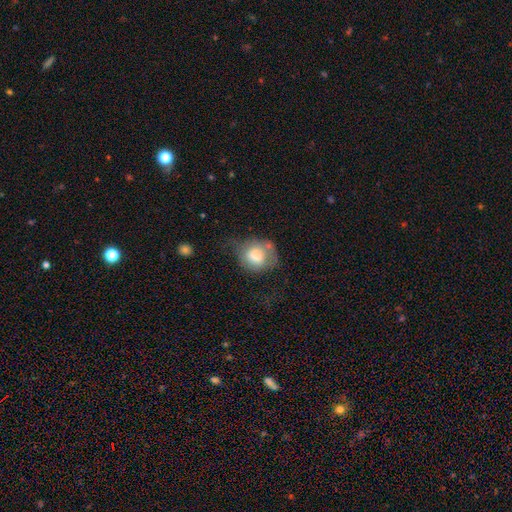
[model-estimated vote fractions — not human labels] Q: Smooth or featured?
A: smooth (72%); runner-up: featured or disk (20%)
Q: How rounded?
A: round (68%); runner-up: in between (31%)
Q: Merging?
A: none (37%); runner-up: minor disturbance (32%)